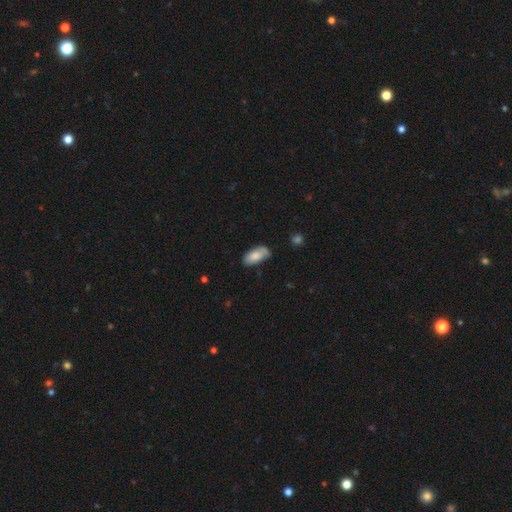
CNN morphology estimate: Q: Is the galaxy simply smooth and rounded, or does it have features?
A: smooth — 78%.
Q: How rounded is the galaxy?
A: in between — 93%.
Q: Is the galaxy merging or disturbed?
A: none — 60%.